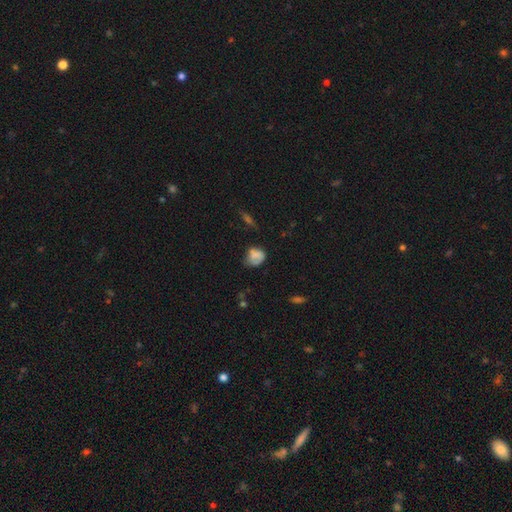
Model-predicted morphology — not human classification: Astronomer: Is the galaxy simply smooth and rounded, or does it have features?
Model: smooth — 70%.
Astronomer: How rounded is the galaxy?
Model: round — 52% (runner-up: in between, 47%).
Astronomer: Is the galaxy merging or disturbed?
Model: none — 42% (runner-up: minor disturbance, 34%).